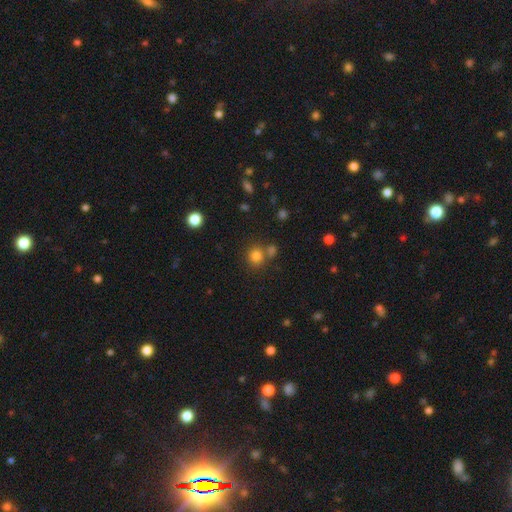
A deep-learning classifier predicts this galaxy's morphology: Smooth or featured? Predicted: smooth (p=0.80). How rounded? Predicted: round (p=0.87). Merging? Predicted: none (p=0.67).